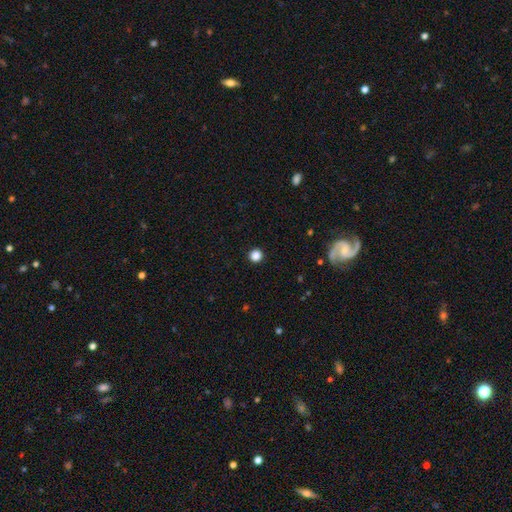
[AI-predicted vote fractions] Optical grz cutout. It shows a smooth galaxy with no disk features (85%) that is round (95%). Merging: none (94%).